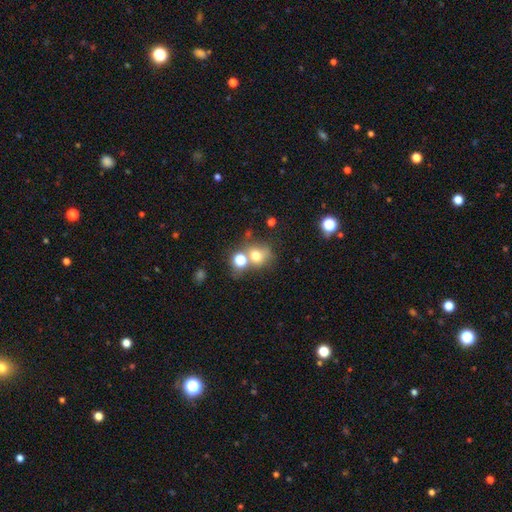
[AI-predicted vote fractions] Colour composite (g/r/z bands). It shows a smooth galaxy with no disk features (69%) that is round (71%). Merging: none (45%).